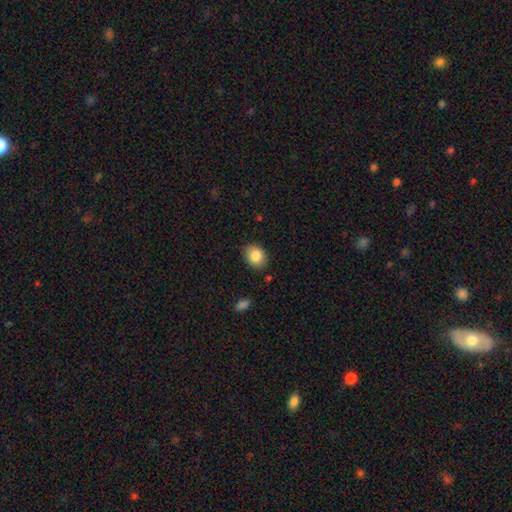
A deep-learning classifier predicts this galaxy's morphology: This is clearly a smooth galaxy (85%). How rounded: possibly round (52%). Merging: clearly none (84%).